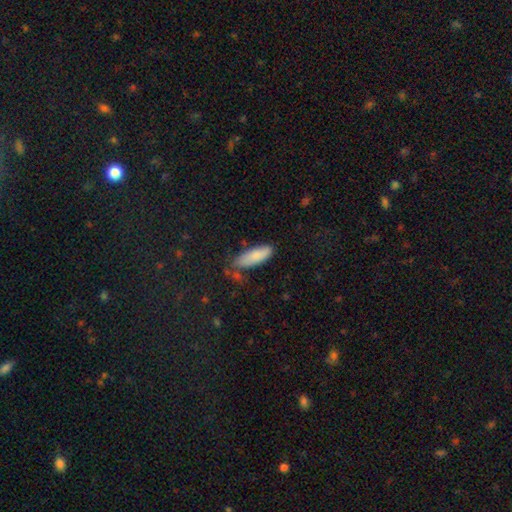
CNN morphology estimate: Smooth or featured?
  - smooth: 84% *
  - featured or disk: 9%
  - star or artifact: 7%
How rounded?
  - in between: 63% *
  - cigar-shaped: 35%
  - round: 2%
Merging?
  - none: 65% *
  - minor disturbance: 24%
  - major disturbance: 6%
  - merger: 5%